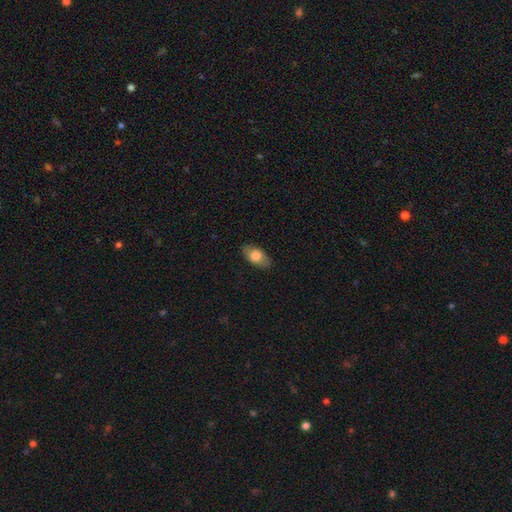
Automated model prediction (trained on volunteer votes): Morphology: type=smooth (74%); roundness=in between (91%); merging=none (85%).